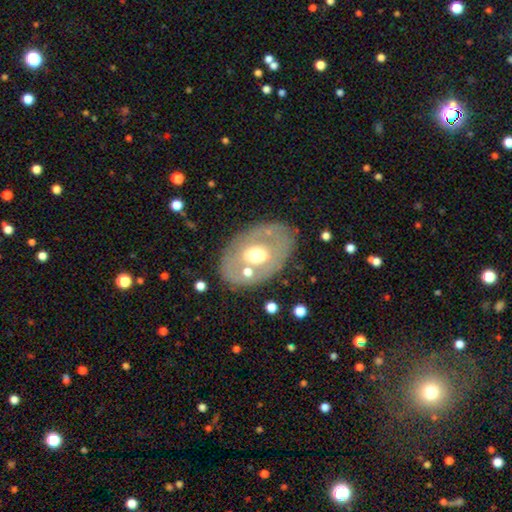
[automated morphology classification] Overall: featured or disk (51%; smooth 42%). Edge-on disk: no (89%). Merging: none (73%).